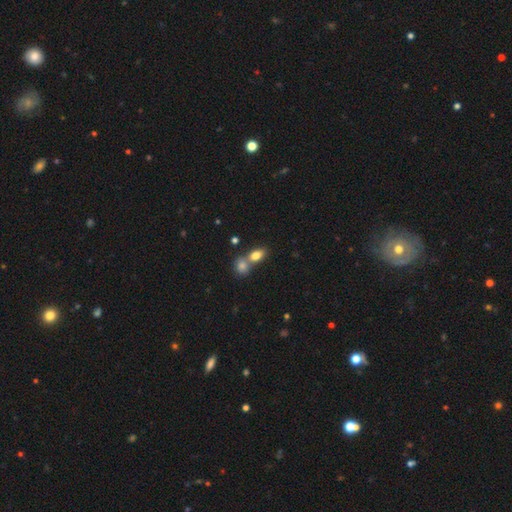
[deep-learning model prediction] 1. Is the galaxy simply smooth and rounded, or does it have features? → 80% smooth, 10% featured or disk, 10% star or artifact.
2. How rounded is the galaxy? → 80% in between, 17% round, 4% cigar-shaped.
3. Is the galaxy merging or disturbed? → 50% merger, 39% none, 8% minor disturbance, 3% major disturbance.